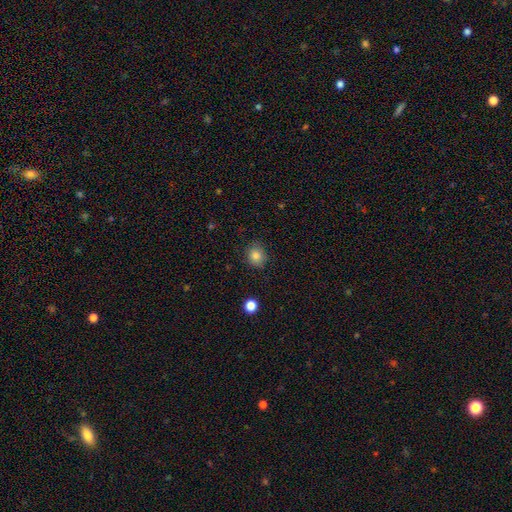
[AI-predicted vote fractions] The model was most divided on "how rounded": round: 75%, in between: 24%, cigar-shaped: 1%. More confident: smooth or featured — smooth (83%); merging — none (82%).